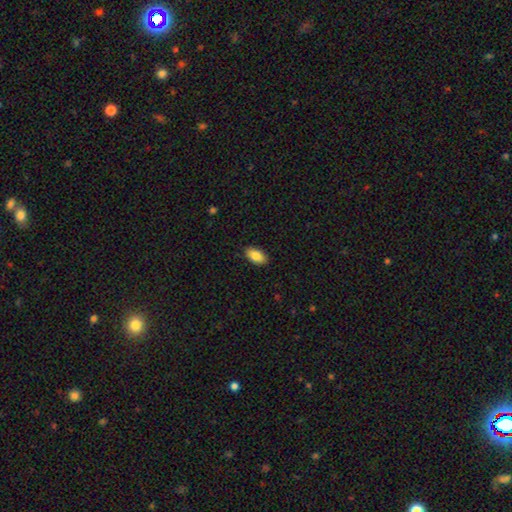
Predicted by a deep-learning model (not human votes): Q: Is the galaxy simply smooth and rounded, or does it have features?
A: smooth — 85%.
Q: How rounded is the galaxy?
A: in between — 93%.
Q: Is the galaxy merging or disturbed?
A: none — 88%.